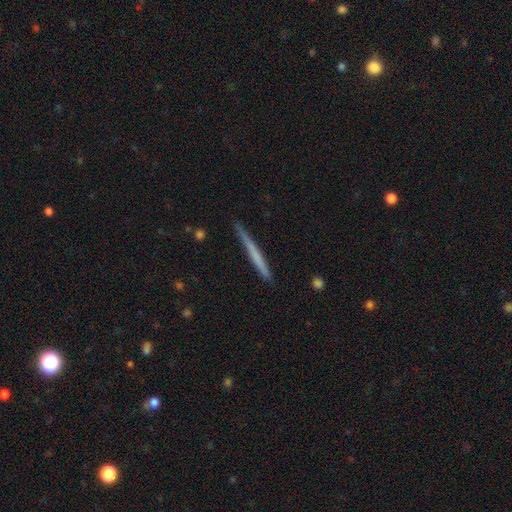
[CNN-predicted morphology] smooth-or-featured: smooth: 53% | featured or disk: 41% | star or artifact: 5%
  how-rounded: cigar-shaped: 97% | in between: 2% | round: 1%
  merging: none: 88% | minor disturbance: 10% | major disturbance: 1% | merger: 1%